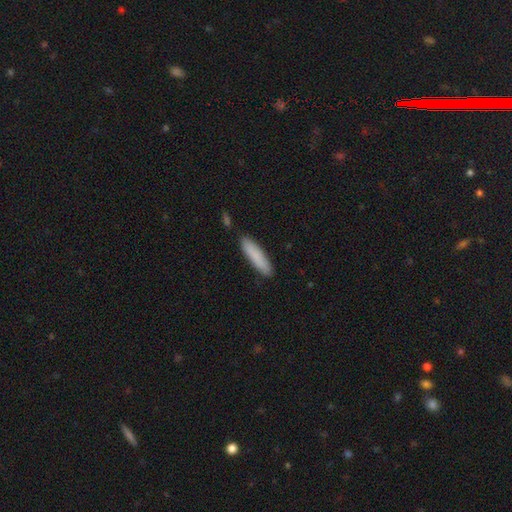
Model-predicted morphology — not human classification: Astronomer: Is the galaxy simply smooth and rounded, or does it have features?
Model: smooth — 85%.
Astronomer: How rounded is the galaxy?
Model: cigar-shaped — 79%.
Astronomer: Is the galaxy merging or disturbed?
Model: none — 86%.